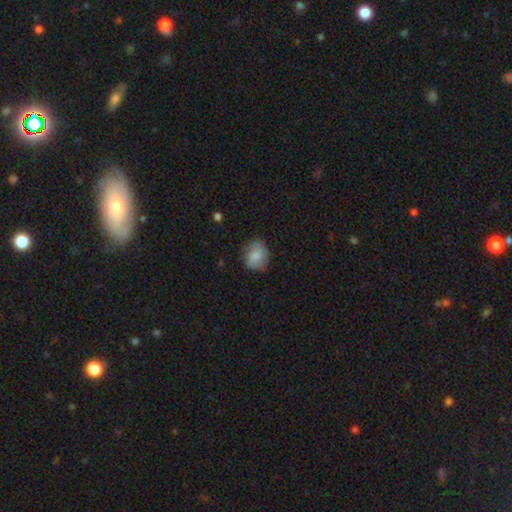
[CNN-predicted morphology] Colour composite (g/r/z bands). It shows a smooth galaxy with no disk features (72%) that is round (62%). Merging: none (70%).